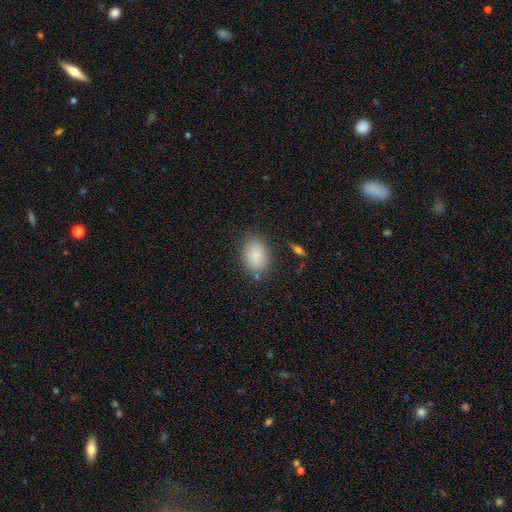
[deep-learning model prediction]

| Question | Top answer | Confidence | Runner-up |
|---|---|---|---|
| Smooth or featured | smooth | 86% | star or artifact (8%) |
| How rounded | in between | 72% | round (27%) |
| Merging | none | 81% | minor disturbance (12%) |